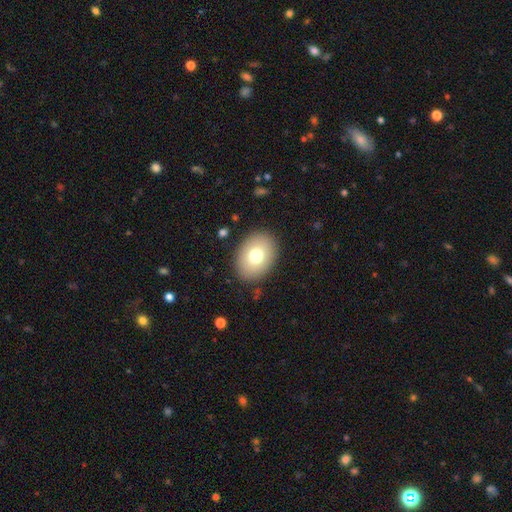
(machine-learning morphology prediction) This appears to be a smooth galaxy with no disk features (75%) that is in between round and cigar-shaped (68%). Merging: none (88%).